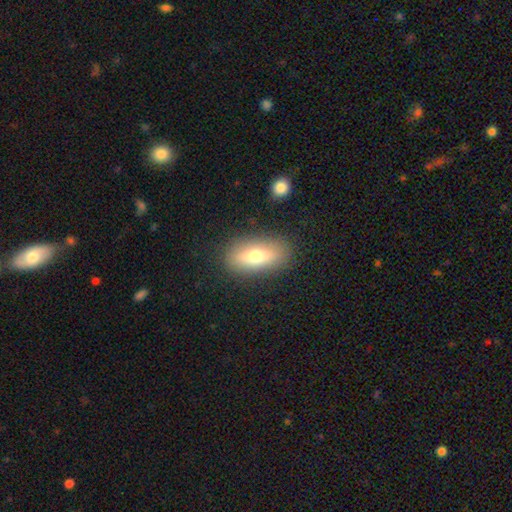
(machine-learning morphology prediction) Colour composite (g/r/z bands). It shows a smooth galaxy with no disk features (68%) that is in between round and cigar-shaped (76%). Merging: none (85%).